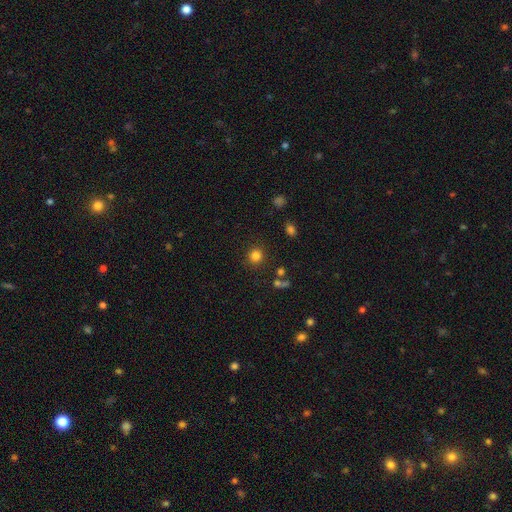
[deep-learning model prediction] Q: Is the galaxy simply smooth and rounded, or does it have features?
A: smooth — 82%.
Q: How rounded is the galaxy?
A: round — 92%.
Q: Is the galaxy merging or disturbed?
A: none — 87%.